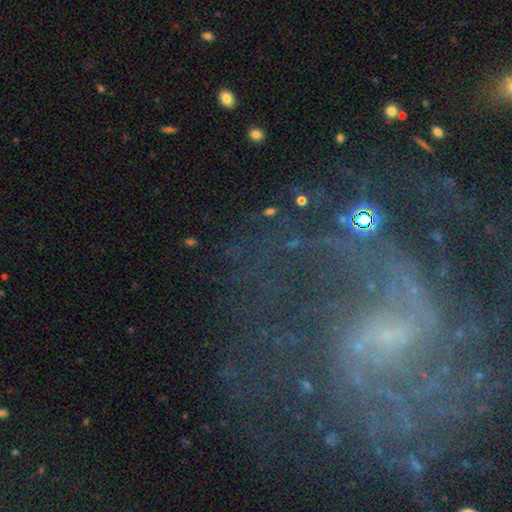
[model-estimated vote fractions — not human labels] This appears to be a featured or disk galaxy (80%) with a weak bar (45%), 2 (42%) medium (45%) spiral arms (91%) and a small central bulge (67%). Merging: none (56%).